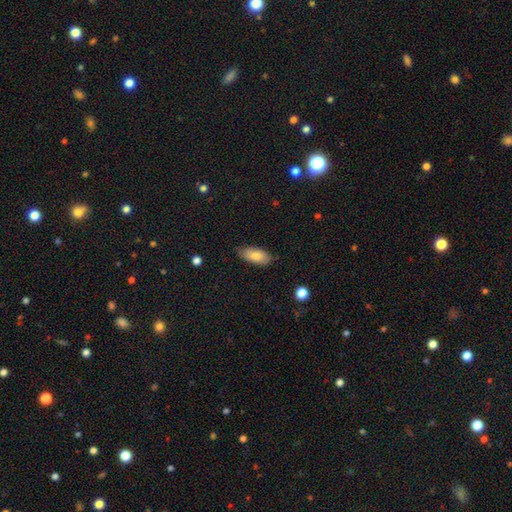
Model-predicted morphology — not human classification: type=smooth (79%); roundness=in between (88%); merging=none (79%).